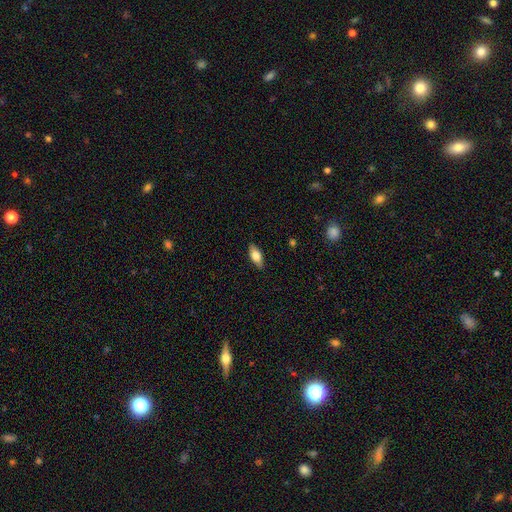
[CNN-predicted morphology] A smooth galaxy with no disk features (70%) that is in between round and cigar-shaped (80%).

Vote fractions:
- Smooth or featured? smooth: 70% / featured or disk: 23% / star or artifact: 7%
- How rounded? in between: 80% / cigar-shaped: 16% / round: 3%
- Merging? none: 85% / minor disturbance: 11% / major disturbance: 2% / merger: 1%